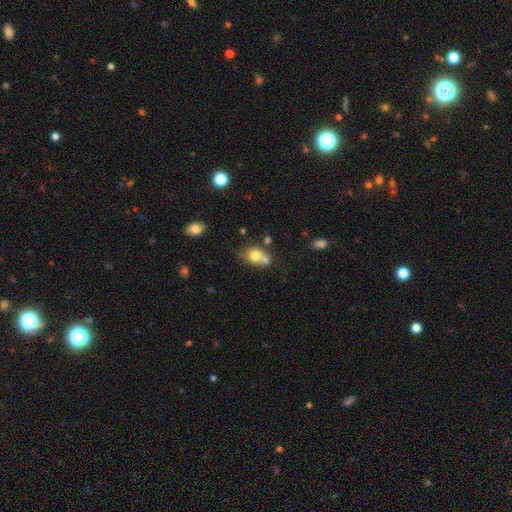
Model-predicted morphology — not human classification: smooth 73%, featured or disk 16%, star or artifact 10%. Down the decision tree: how rounded — round (57%); merging — merger (47%).